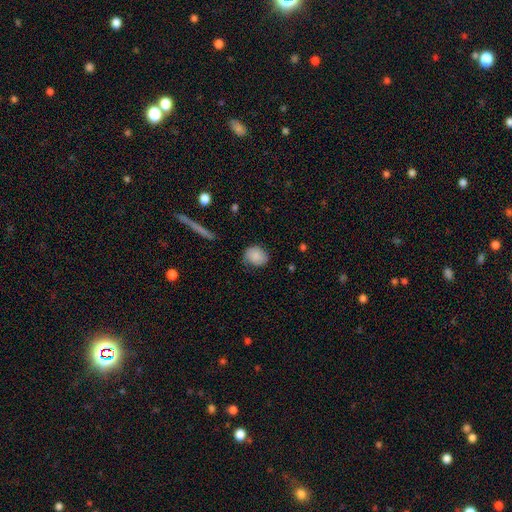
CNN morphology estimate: Smooth or featured? Predicted: smooth (p=0.84). How rounded? Predicted: round (p=0.64). Merging? Predicted: none (p=0.77).